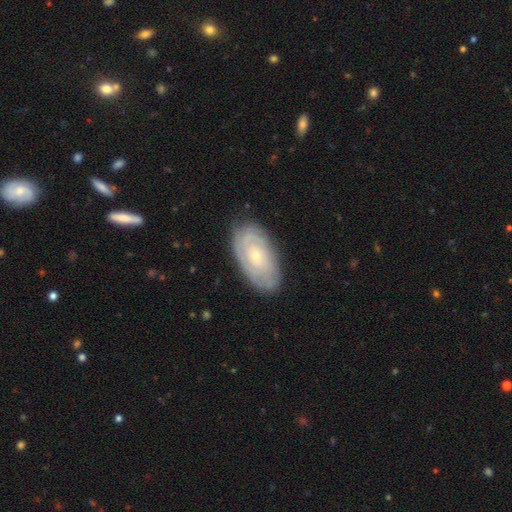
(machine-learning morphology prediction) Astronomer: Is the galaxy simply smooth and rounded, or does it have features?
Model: featured or disk — 67%.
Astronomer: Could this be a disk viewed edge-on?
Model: no — 93%.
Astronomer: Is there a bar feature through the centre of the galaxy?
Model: no — 80%.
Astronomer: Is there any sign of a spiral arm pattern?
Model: yes — 82%.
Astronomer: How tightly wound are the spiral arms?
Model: tight — 76%.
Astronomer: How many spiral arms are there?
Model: can't tell — 56%.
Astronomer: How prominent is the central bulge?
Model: small — 74%.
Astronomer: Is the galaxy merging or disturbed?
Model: none — 80%.